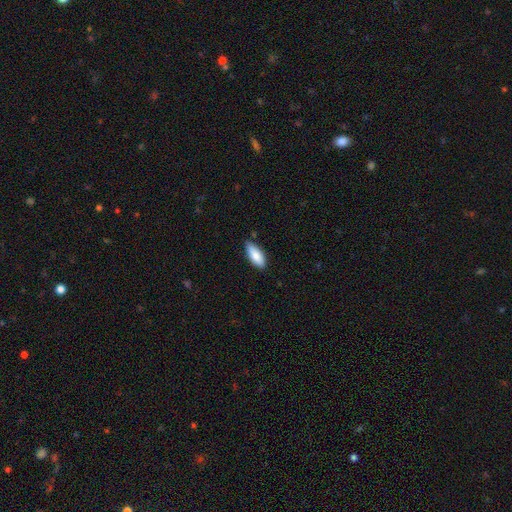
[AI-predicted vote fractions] This is clearly a smooth galaxy (86%). How rounded: likely in between (78%). Merging: clearly none (81%).